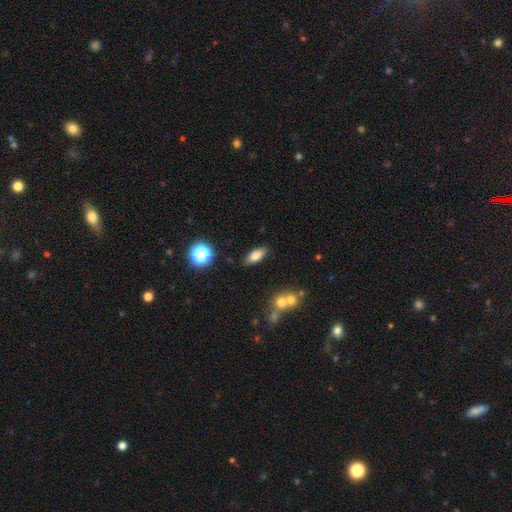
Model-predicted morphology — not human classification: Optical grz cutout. It shows a smooth galaxy with no disk features (75%) that is in between round and cigar-shaped (78%). Merging: none (84%).